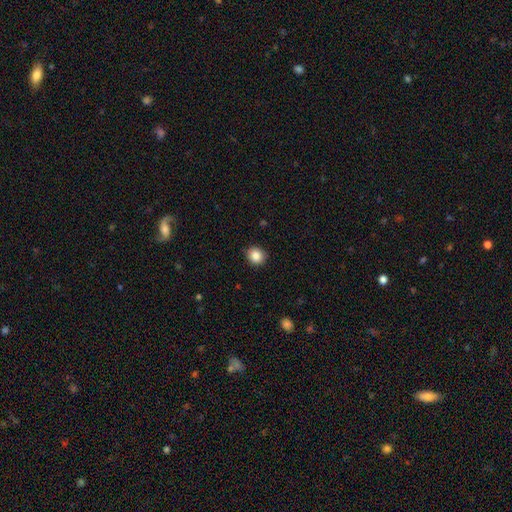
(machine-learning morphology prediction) smooth-or-featured: smooth: 86% | star or artifact: 10% | featured or disk: 5%
  how-rounded: round: 82% | in between: 17% | cigar-shaped: 1%
  merging: none: 88% | minor disturbance: 9% | major disturbance: 2% | merger: 1%